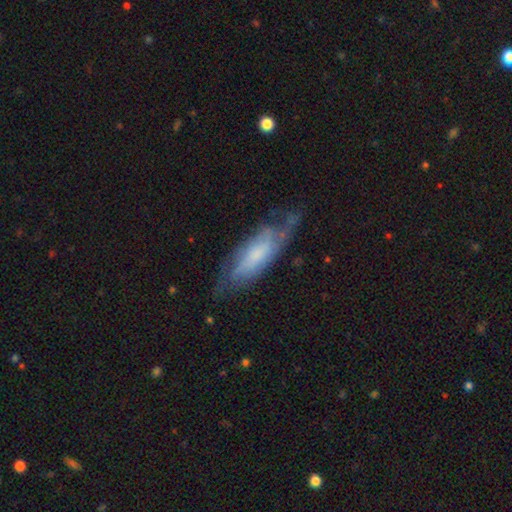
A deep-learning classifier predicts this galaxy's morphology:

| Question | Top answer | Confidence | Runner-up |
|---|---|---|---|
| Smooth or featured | featured or disk | 54% | smooth (39%) |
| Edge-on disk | no | 73% | yes (27%) |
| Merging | none | 53% | minor disturbance (29%) |